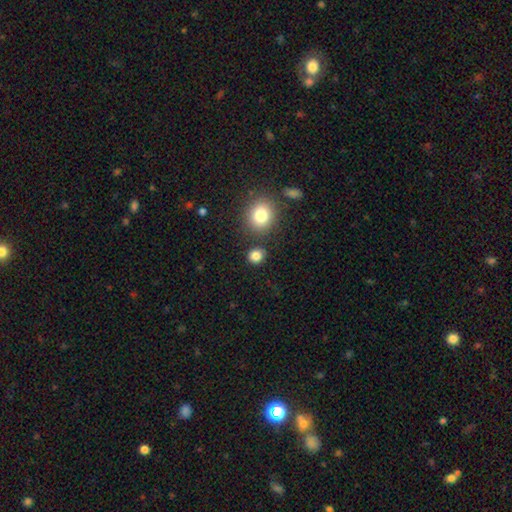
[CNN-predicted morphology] smooth 83%, star or artifact 12%, featured or disk 5%. Down the decision tree: how rounded — round (81%); merging — none (83%).